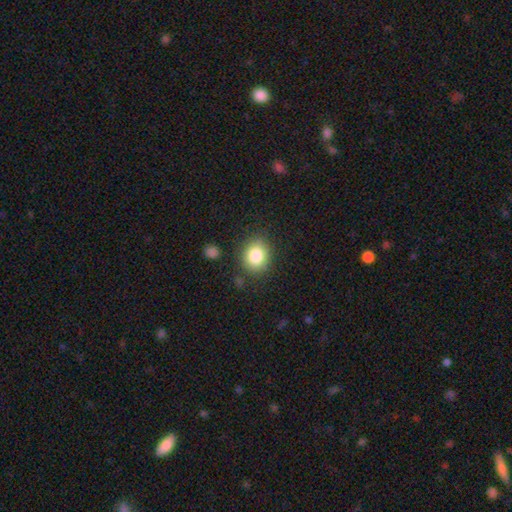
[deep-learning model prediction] This is clearly a smooth galaxy (83%). How rounded: likely round (69%). Merging: clearly none (83%).